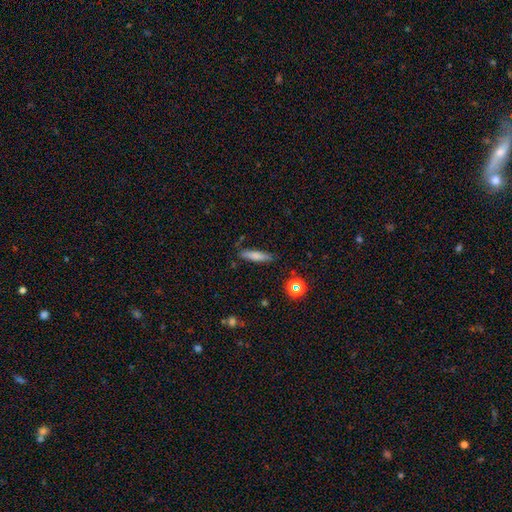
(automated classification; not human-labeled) smooth-or-featured: smooth: 73% | featured or disk: 18% | star or artifact: 10%
  how-rounded: cigar-shaped: 80% | in between: 17% | round: 2%
  merging: none: 82% | minor disturbance: 12% | major disturbance: 3% | merger: 3%